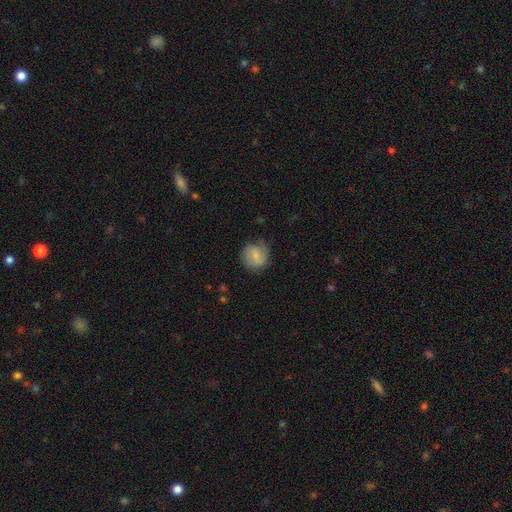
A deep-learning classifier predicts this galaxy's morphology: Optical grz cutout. It shows a smooth galaxy with no disk features (68%) that is round (85%). Merging: none (73%).